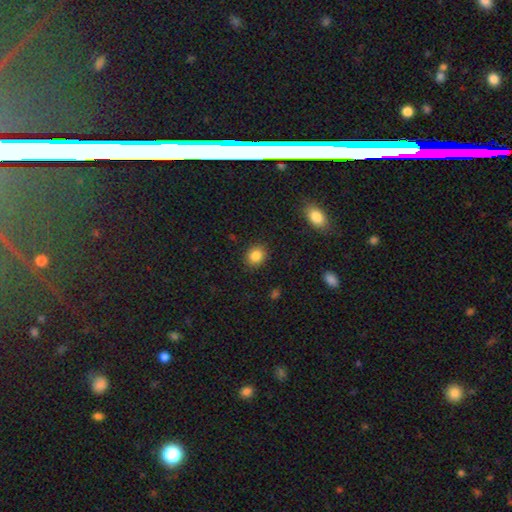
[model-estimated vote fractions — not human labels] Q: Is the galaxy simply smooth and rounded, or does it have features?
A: smooth — 85%.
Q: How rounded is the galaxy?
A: round — 67%.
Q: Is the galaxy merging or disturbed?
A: none — 89%.